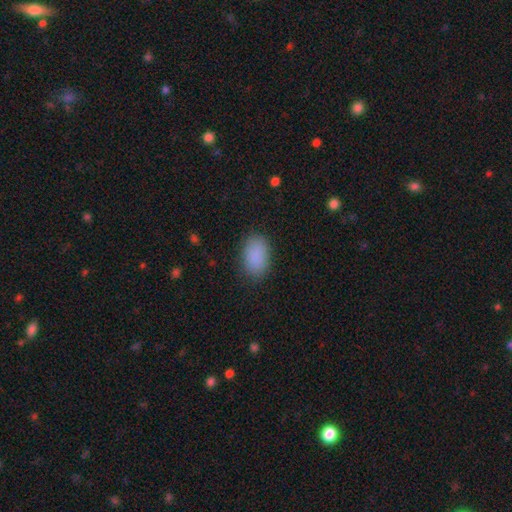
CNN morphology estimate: Q: Smooth or featured?
A: smooth (89%); runner-up: star or artifact (8%)
Q: How rounded?
A: in between (89%); runner-up: round (9%)
Q: Merging?
A: none (84%); runner-up: minor disturbance (12%)